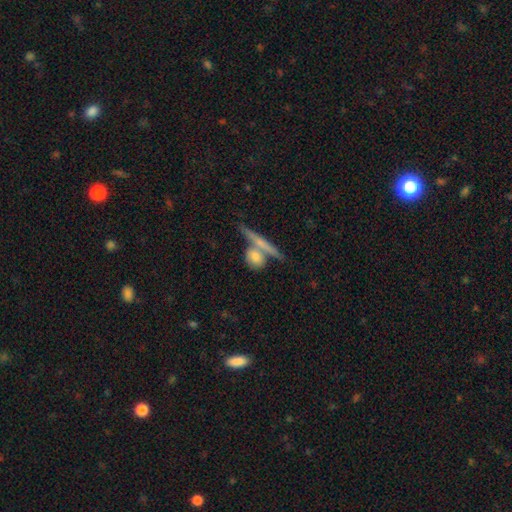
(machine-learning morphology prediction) smooth_or_featured: smooth (p=0.61) [alt: featured or disk p=0.31]
how_rounded: cigar-shaped (p=0.42) [alt: round p=0.31]
merging: none (p=0.50) [alt: merger p=0.35]